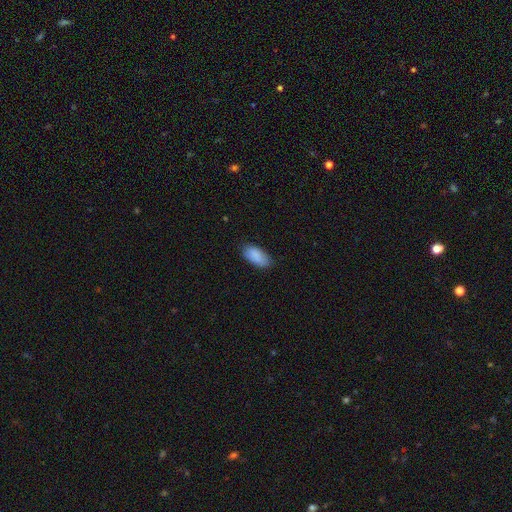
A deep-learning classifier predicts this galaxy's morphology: A smooth galaxy with no disk features (87%) that is in between round and cigar-shaped (93%). Merging: none (77%).